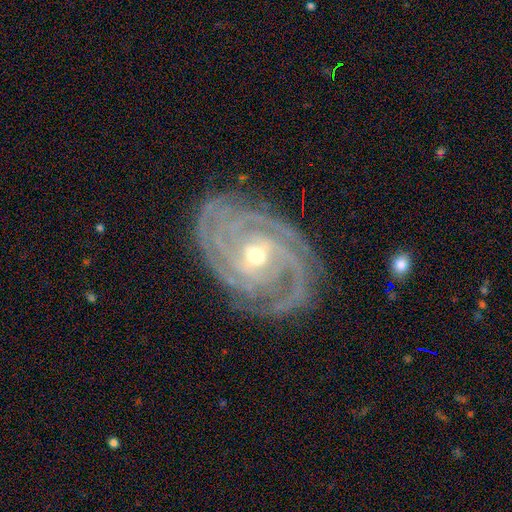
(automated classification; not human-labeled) smooth-or-featured: featured or disk: 92% | star or artifact: 5% | smooth: 3%
  disk-edge-on: no: 97% | yes: 3%
    bar: no: 54% | weak: 29% | strong: 17%
    has-spiral-arms: yes: 99% | no: 1%
      spiral-winding: tight: 82% | medium: 16% | loose: 2%
      spiral-arm-count: 3: 31% | 4: 26% | can't tell: 12% | 2: 12% | more than 4: 11% | 1: 7%
    bulge-size: moderate: 49% | small: 48% | large: 1% | none: 1% | dominant: 1%
  merging: none: 82% | minor disturbance: 13% | major disturbance: 3% | merger: 1%